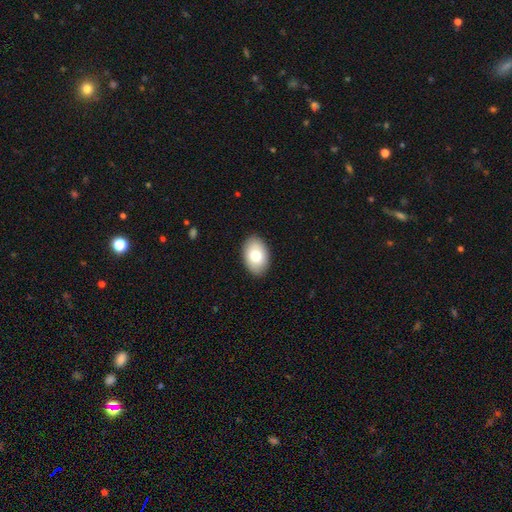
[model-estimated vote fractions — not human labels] A smooth galaxy with no disk features (77%) that is in between round and cigar-shaped (89%). Merging: none (89%).